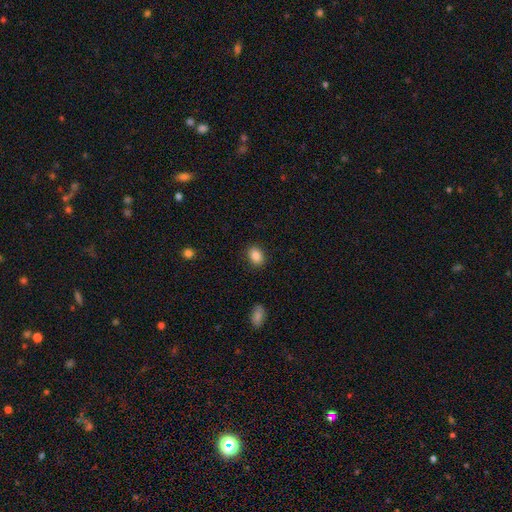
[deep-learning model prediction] Smooth or featured? smooth (87%)
How rounded? in between (74%)
Merging? none (88%)